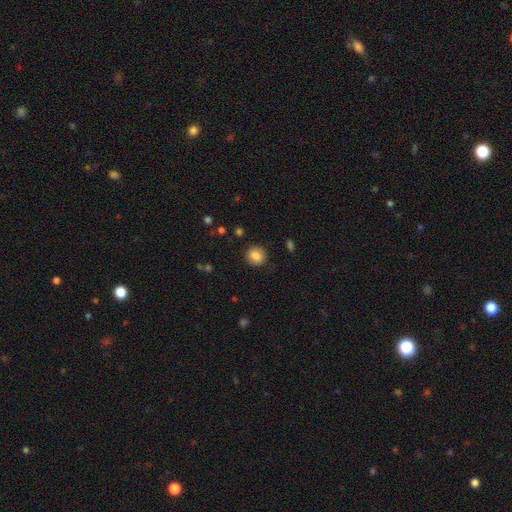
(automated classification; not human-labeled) Smooth or featured: smooth — 84% (star or artifact — 9%)
How rounded: round — 78% (in between — 21%)
Merging: none — 87% (minor disturbance — 9%)